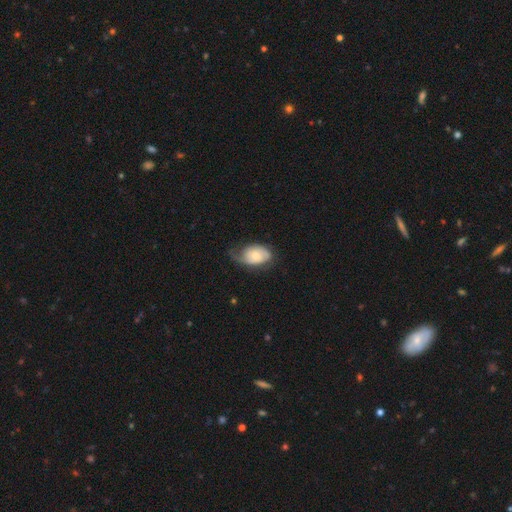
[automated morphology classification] This is possibly a smooth galaxy (48%). Merging: marginally none (41%).